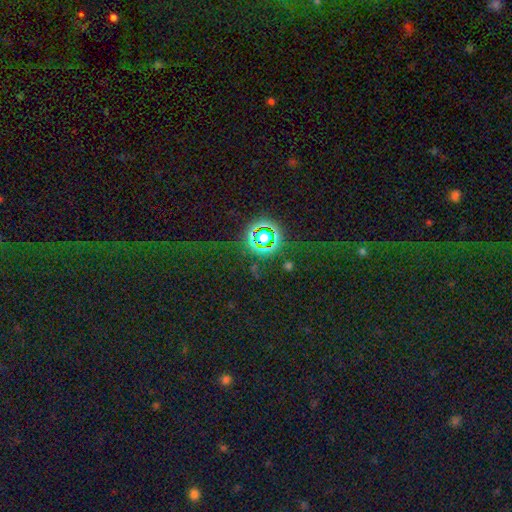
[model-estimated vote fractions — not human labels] star or artifact 77%, smooth 13%, featured or disk 9%.